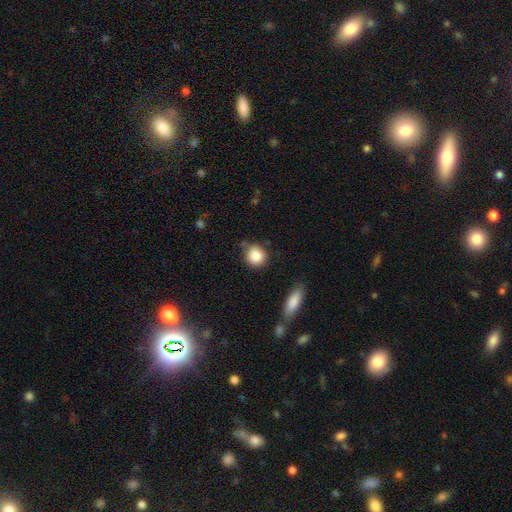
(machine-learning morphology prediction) Smooth or featured?
  - smooth: 87% *
  - star or artifact: 8%
  - featured or disk: 5%
How rounded?
  - round: 87% *
  - in between: 11%
  - cigar-shaped: 1%
Merging?
  - none: 77% *
  - minor disturbance: 15%
  - merger: 5%
  - major disturbance: 4%